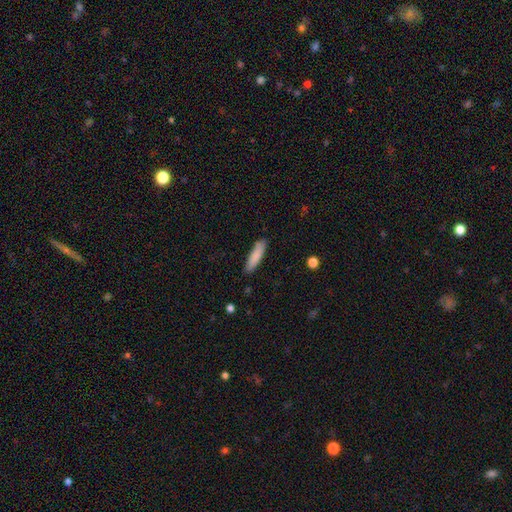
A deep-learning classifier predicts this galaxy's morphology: Smooth or featured? Predicted: smooth (p=0.85). How rounded? Predicted: cigar-shaped (p=0.72). Merging? Predicted: none (p=0.85).